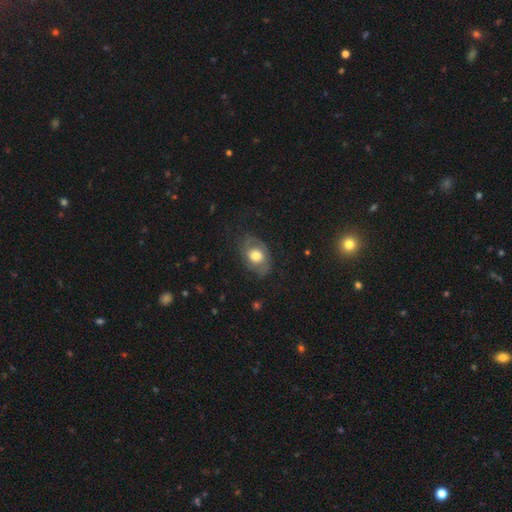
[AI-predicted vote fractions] Smooth or featured?
  - featured or disk: 47% *
  - smooth: 46%
  - star or artifact: 8%
Merging?
  - none: 60% *
  - minor disturbance: 24%
  - major disturbance: 15%
  - merger: 1%